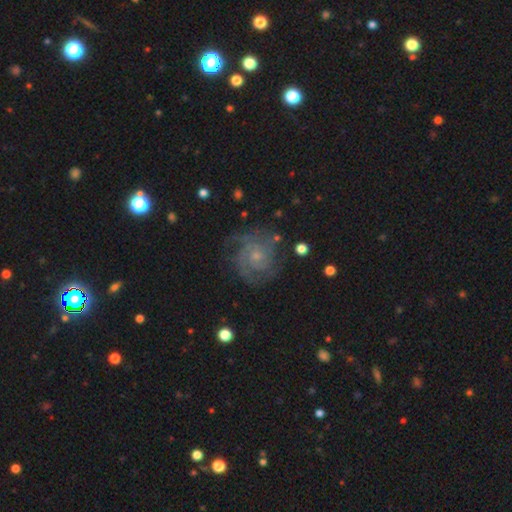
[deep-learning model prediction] The model was most divided on "spiral arm count": 3: 28%, 2: 27%, can't tell: 23%, 4: 10%, 1: 6%, more than 4: 6%. More confident: edge-on disk — no (98%); spiral arms — yes (96%); smooth or featured — featured or disk (84%); bar — no (76%); merging — none (74%); bulge size — small (68%); spiral winding — tight (63%).